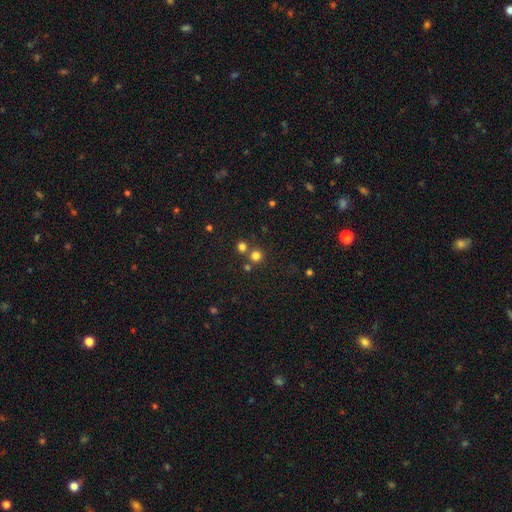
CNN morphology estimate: Overall: smooth (75%). How rounded: round (93%). Merging: none (70%).